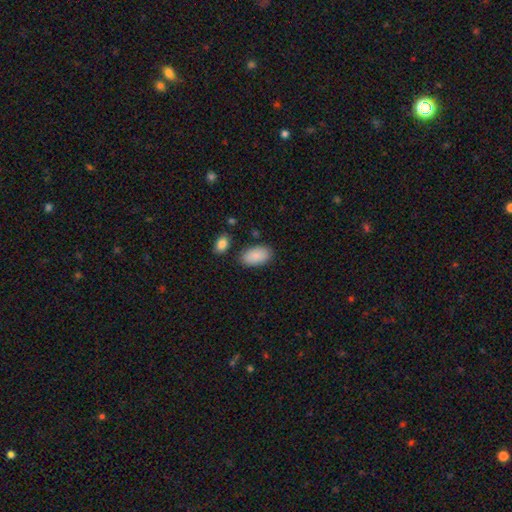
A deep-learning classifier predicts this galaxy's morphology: Overall: smooth (90%). How rounded: in between (95%). Merging: none (84%).